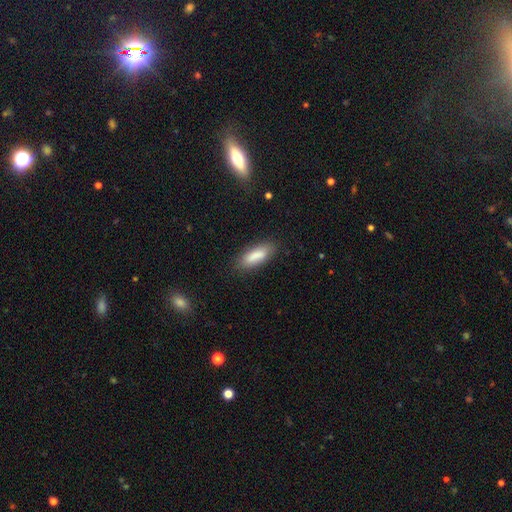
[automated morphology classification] This is clearly a smooth galaxy (84%). How rounded: likely in between (62%). Merging: clearly none (82%).